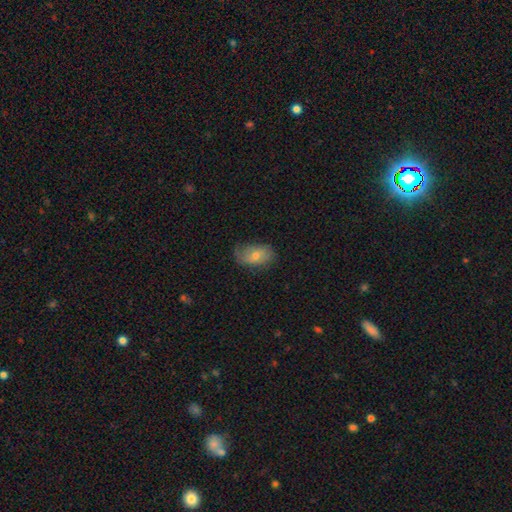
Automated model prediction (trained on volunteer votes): Smooth or featured? Predicted: smooth (p=0.53). How rounded? Predicted: in between (p=0.88). Merging? Predicted: none (p=0.63).